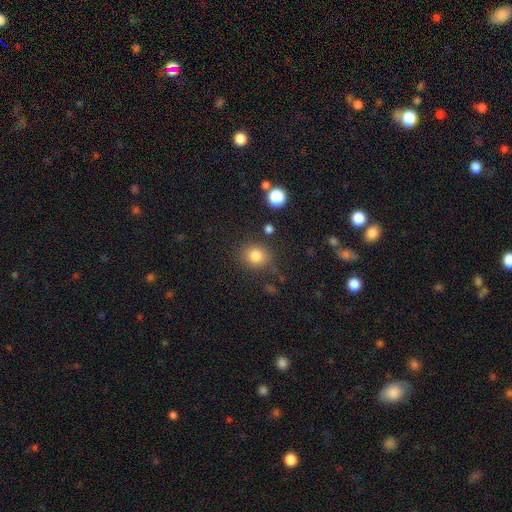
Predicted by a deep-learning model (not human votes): This appears to be a smooth galaxy with no disk features (82%) that is round (80%). Merging: none (79%).